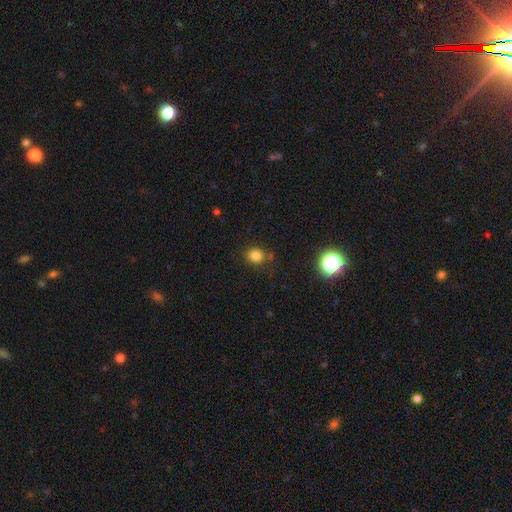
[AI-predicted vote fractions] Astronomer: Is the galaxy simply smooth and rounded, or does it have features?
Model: smooth — 81%.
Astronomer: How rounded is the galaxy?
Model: round — 84%.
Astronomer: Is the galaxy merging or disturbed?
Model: none — 80%.